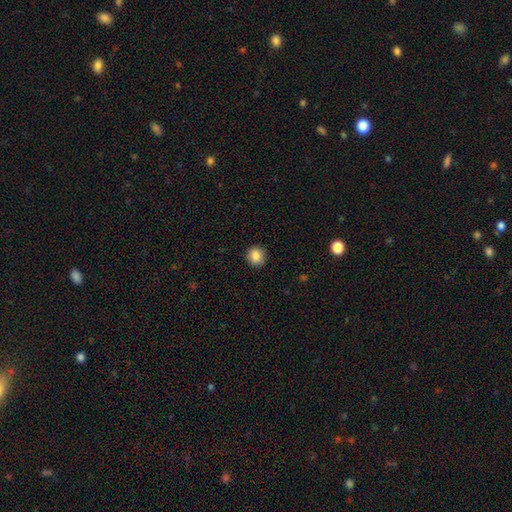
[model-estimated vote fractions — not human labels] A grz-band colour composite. It shows a smooth galaxy with no disk features (86%) that is round (87%). Merging: none (91%).